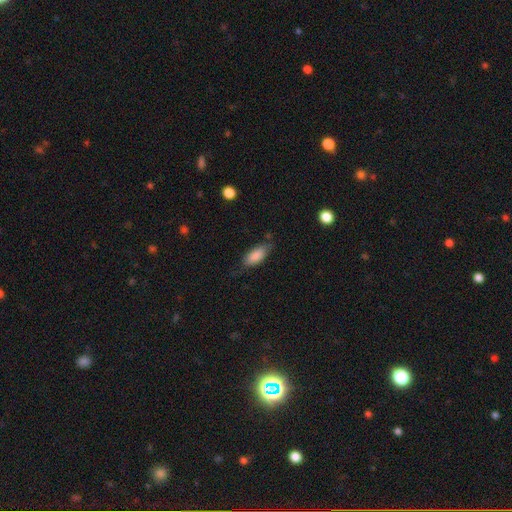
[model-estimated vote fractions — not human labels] This is clearly a smooth galaxy (85%). How rounded: clearly in between (83%). Merging: likely none (69%).